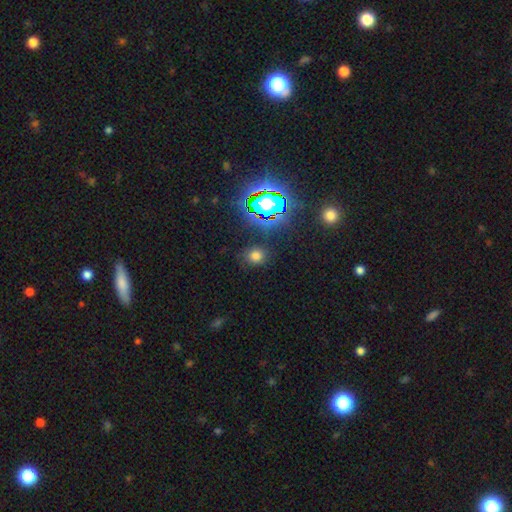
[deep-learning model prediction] Overall: smooth (65%; star or artifact 28%). How rounded: round (70%). Merging: none (82%).